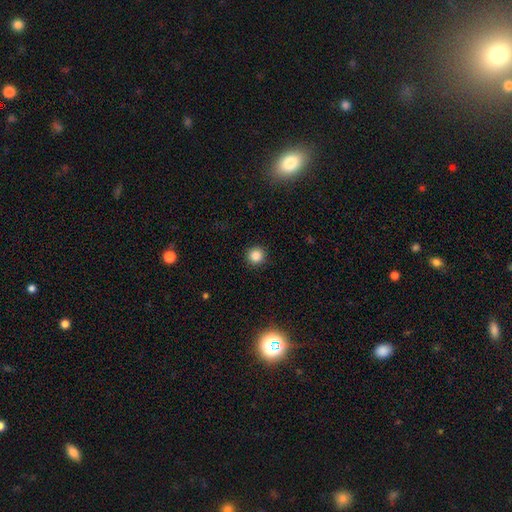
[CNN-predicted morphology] Smooth or featured?
  - smooth: 85% *
  - star or artifact: 11%
  - featured or disk: 4%
How rounded?
  - round: 95% *
  - in between: 4%
  - cigar-shaped: 1%
Merging?
  - none: 92% *
  - minor disturbance: 5%
  - major disturbance: 2%
  - merger: 1%